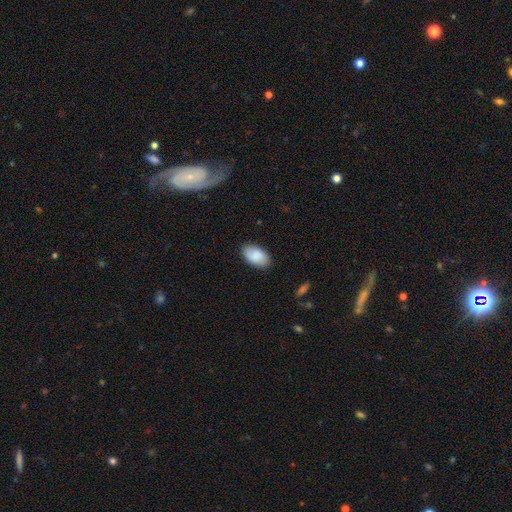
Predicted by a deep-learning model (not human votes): Smooth or featured? smooth (84%)
How rounded? in between (94%)
Merging? none (85%)